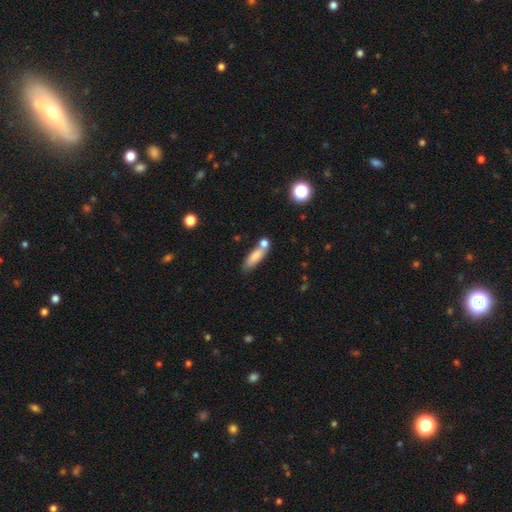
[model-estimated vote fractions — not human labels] A smooth galaxy with no disk features (78%) that is cigar-shaped (53%).

Vote fractions:
- Smooth or featured? smooth: 78% / featured or disk: 14% / star or artifact: 8%
- How rounded? cigar-shaped: 53% / in between: 44% / round: 3%
- Merging? none: 51% / merger: 28% / minor disturbance: 15% / major disturbance: 5%